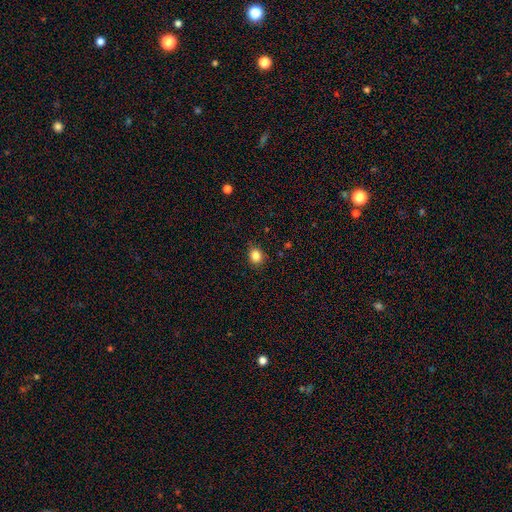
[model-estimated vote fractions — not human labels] Q: Smooth or featured?
A: smooth (85%); runner-up: star or artifact (11%)
Q: How rounded?
A: round (67%); runner-up: in between (32%)
Q: Merging?
A: none (87%); runner-up: minor disturbance (10%)